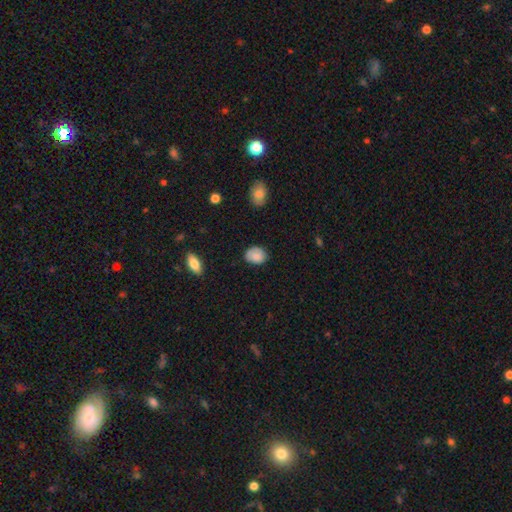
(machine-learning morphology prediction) A smooth galaxy with no disk features (85%) that is in between round and cigar-shaped (67%).

Vote fractions:
- Smooth or featured? smooth: 85% / star or artifact: 8% / featured or disk: 8%
- How rounded? in between: 67% / round: 32% / cigar-shaped: 1%
- Merging? none: 76% / minor disturbance: 19% / major disturbance: 3% / merger: 1%